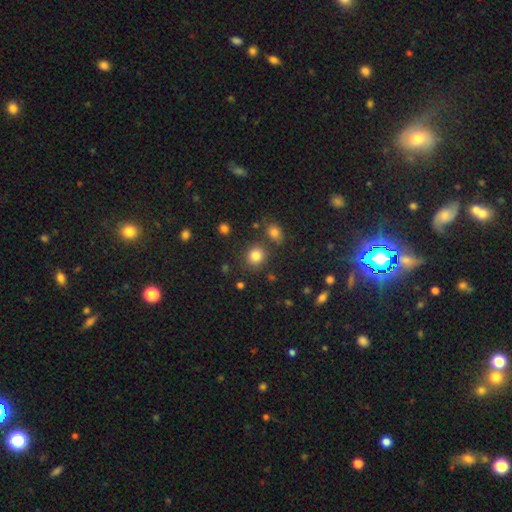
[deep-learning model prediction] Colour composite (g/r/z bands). It shows a smooth galaxy with no disk features (82%) that is round (81%). Merging: none (79%).